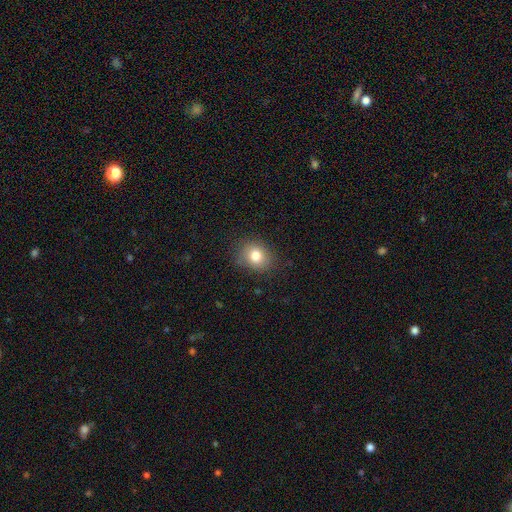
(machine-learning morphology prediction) A smooth galaxy with no disk features (81%) that is round (60%).

Vote fractions:
- Smooth or featured? smooth: 81% / star or artifact: 11% / featured or disk: 9%
- How rounded? round: 60% / in between: 39% / cigar-shaped: 1%
- Merging? none: 81% / minor disturbance: 14% / major disturbance: 4% / merger: 1%